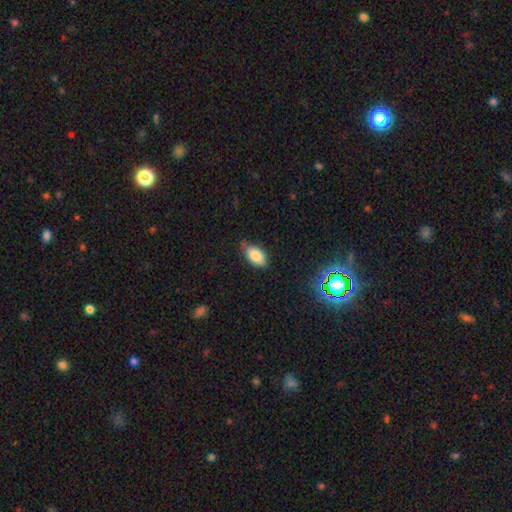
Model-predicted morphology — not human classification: Smooth or featured?
  - smooth: 85% *
  - star or artifact: 8%
  - featured or disk: 7%
How rounded?
  - in between: 93% *
  - round: 4%
  - cigar-shaped: 3%
Merging?
  - none: 73% *
  - minor disturbance: 22%
  - major disturbance: 4%
  - merger: 2%